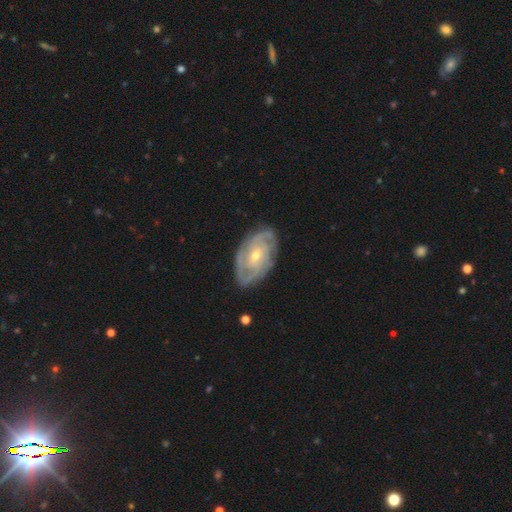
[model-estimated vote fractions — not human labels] Overall: featured or disk (83%). Edge-on disk: no (95%). Bar: no (63%; weak 30%). Spiral arms: yes (94%). Spiral arm count: can't tell (31%; 2 26%). Spiral winding: tight (68%). Bulge size: small (60%; moderate 37%). Merging: none (80%).